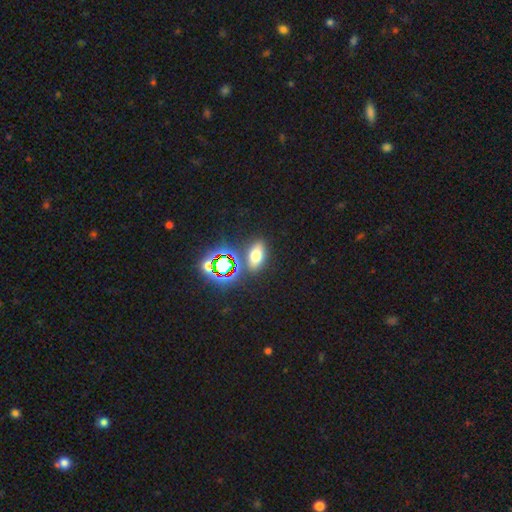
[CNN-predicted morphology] type=smooth (55%); roundness=in between (78%); merging=none (79%).